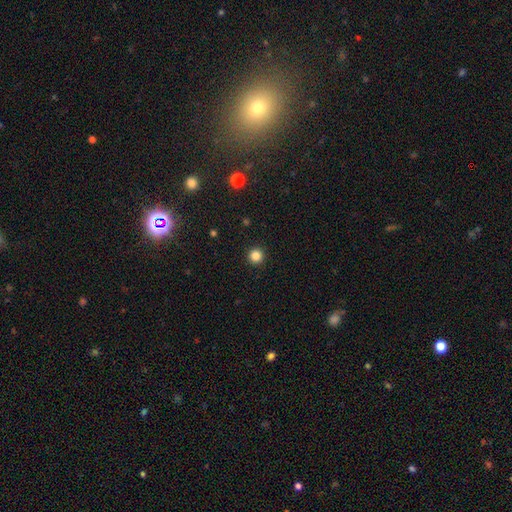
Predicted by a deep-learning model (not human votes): A smooth galaxy with no disk features (84%) that is round (96%). Merging: none (93%).